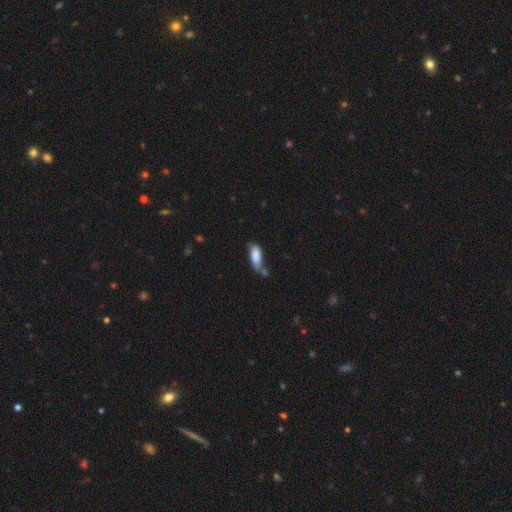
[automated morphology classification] This appears to be a smooth galaxy with no disk features (84%) that is in between round and cigar-shaped (78%). Merging: none (36%).